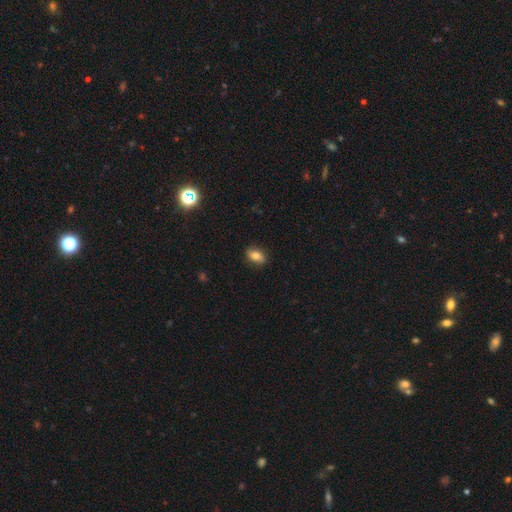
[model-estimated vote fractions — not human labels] Smooth or featured: smooth — 75% (featured or disk — 16%)
How rounded: in between — 83% (round — 13%)
Merging: none — 84% (minor disturbance — 12%)